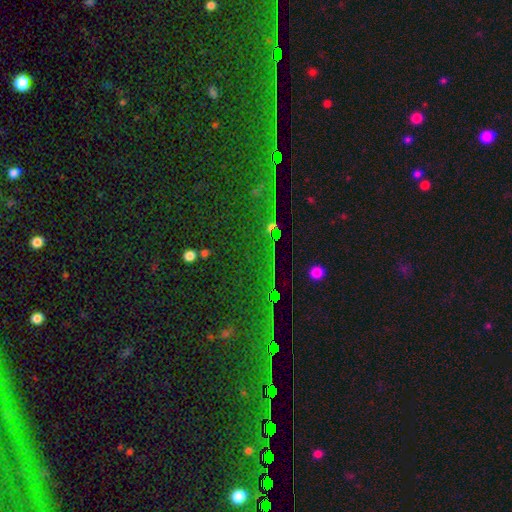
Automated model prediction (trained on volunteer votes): The model was most divided on "smooth or featured": star or artifact: 84%, smooth: 9%, featured or disk: 7%.